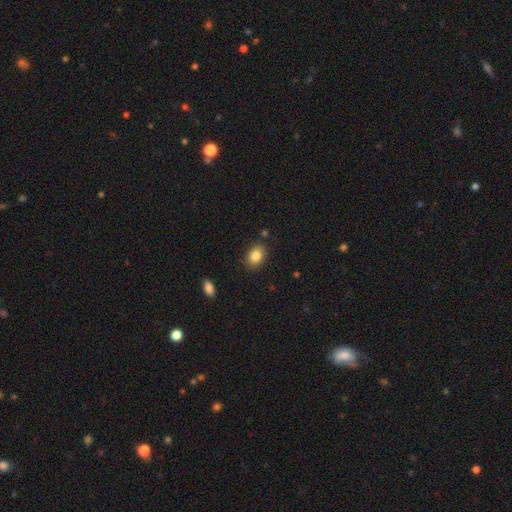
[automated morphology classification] A smooth galaxy with no disk features (84%) that is in between round and cigar-shaped (72%). Merging: none (85%).